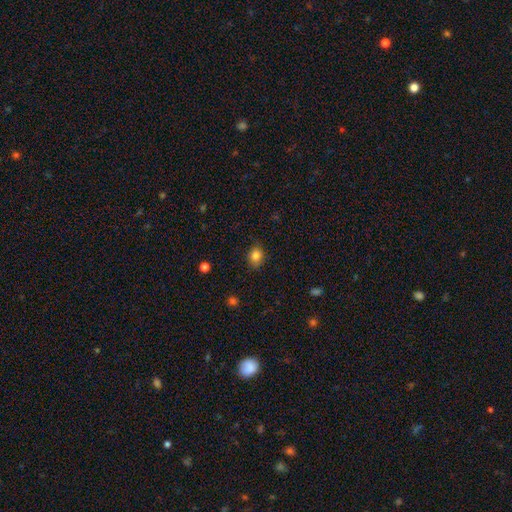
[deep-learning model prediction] A smooth galaxy with no disk features (83%) that is round (54%).

Vote fractions:
- Smooth or featured? smooth: 83% / star or artifact: 11% / featured or disk: 6%
- How rounded? round: 54% / in between: 45% / cigar-shaped: 1%
- Merging? none: 83% / minor disturbance: 13% / major disturbance: 3% / merger: 1%